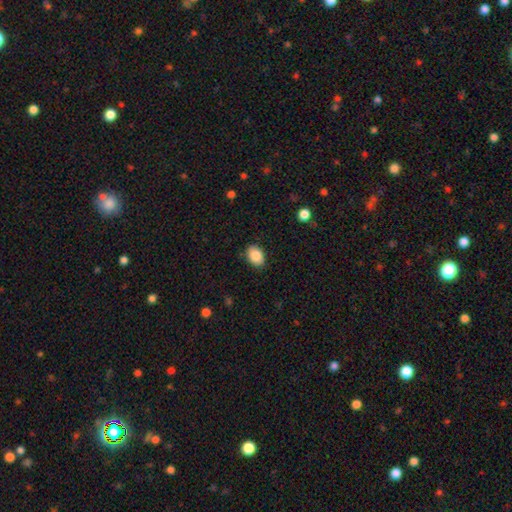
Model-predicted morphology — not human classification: Smooth or featured? smooth (87%)
How rounded? in between (81%)
Merging? none (86%)